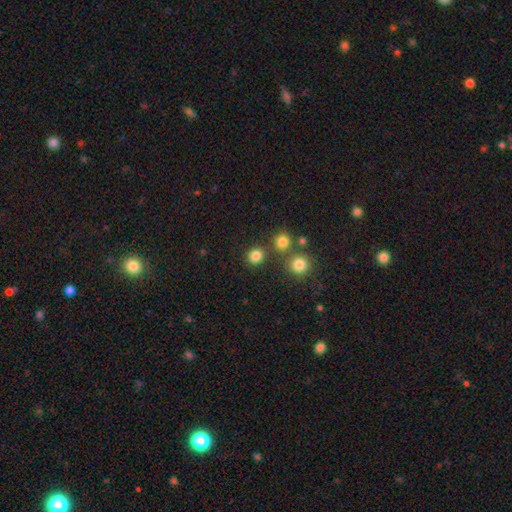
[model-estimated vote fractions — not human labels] Morphology: type=smooth (82%); roundness=round (86%); merging=none (80%).